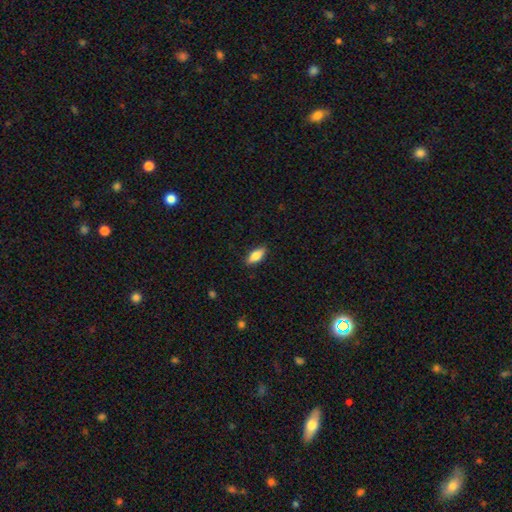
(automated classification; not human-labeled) smooth 76%, featured or disk 17%, star or artifact 7%. Down the decision tree: how rounded — in between (79%); merging — none (88%).